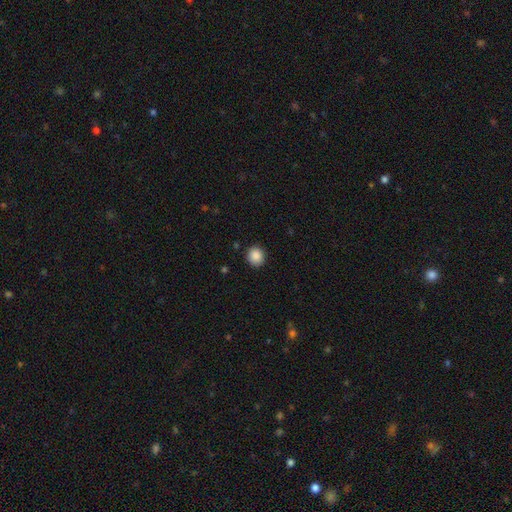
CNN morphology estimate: smooth-or-featured: smooth: 88% | star or artifact: 9% | featured or disk: 3%
  how-rounded: round: 81% | in between: 18% | cigar-shaped: 1%
  merging: none: 90% | minor disturbance: 7% | major disturbance: 2% | merger: 1%